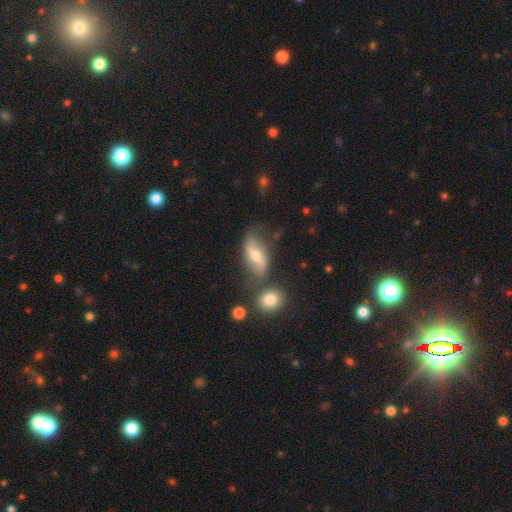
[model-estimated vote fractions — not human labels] The model was most divided on "bar": weak: 41%, no: 30%, strong: 29%. More confident: edge-on disk — no (91%); spiral arm count — 2 (89%); spiral arms — yes (86%); spiral winding — loose (79%); smooth or featured — featured or disk (64%); merging — none (56%); bulge size — moderate (53%).